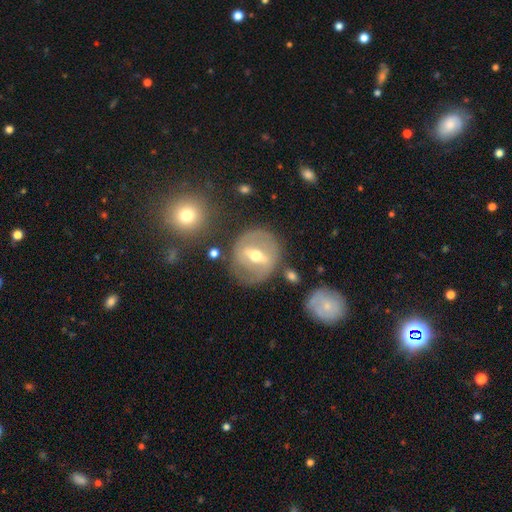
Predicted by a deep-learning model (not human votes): Morphology: type=featured or disk (69%); edge-on=no (90%); bar=strong (57%); spiral arms=no (54%); bulge=moderate (68%); merging=none (73%).